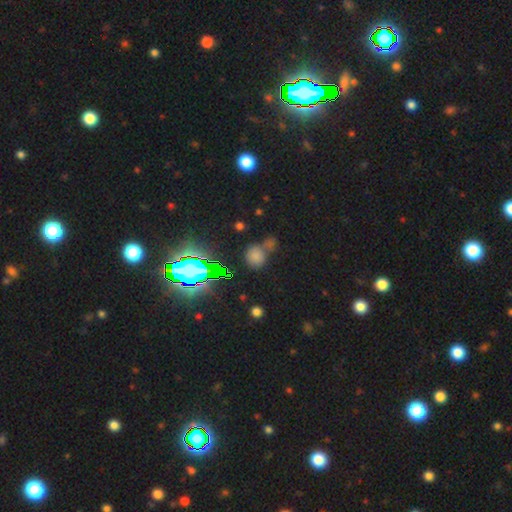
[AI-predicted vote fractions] Smooth or featured: smooth — 58% (star or artifact — 34%)
How rounded: round — 73% (in between — 25%)
Merging: none — 57% (merger — 23%)